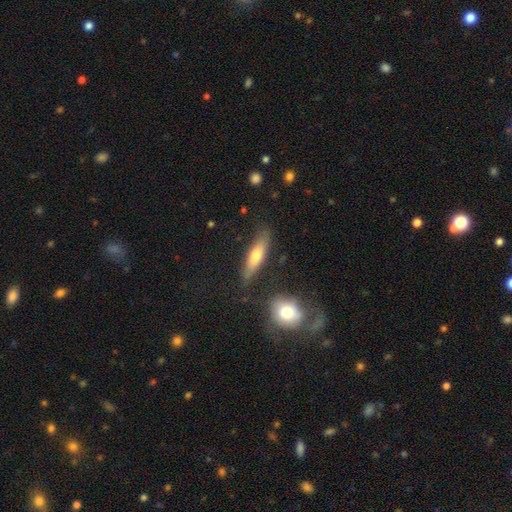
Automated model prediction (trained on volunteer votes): Morphology: type=smooth (62%); roundness=cigar-shaped (61%); merging=none (77%).